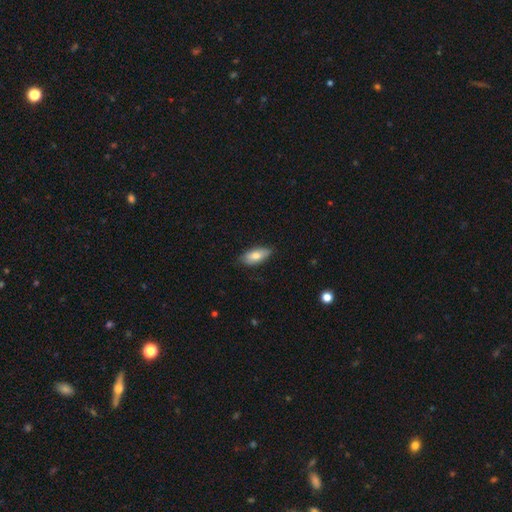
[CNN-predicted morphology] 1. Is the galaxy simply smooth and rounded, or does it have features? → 76% smooth, 17% featured or disk, 6% star or artifact.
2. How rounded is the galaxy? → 87% in between, 11% cigar-shaped, 3% round.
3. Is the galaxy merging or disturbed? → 81% none, 15% minor disturbance, 2% major disturbance, 1% merger.